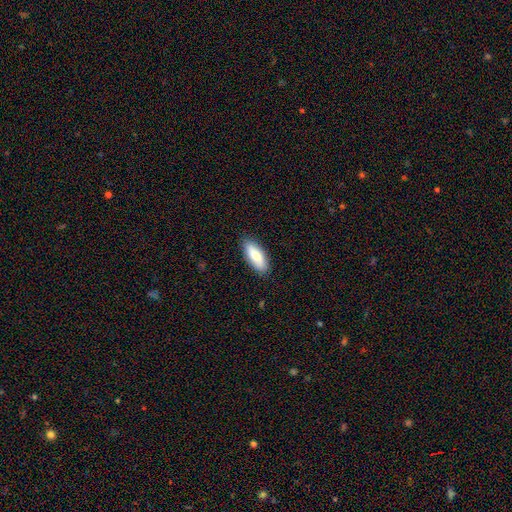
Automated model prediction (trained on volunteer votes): smooth 79%, featured or disk 15%, star or artifact 6%. Down the decision tree: how rounded — in between (76%); merging — none (87%).